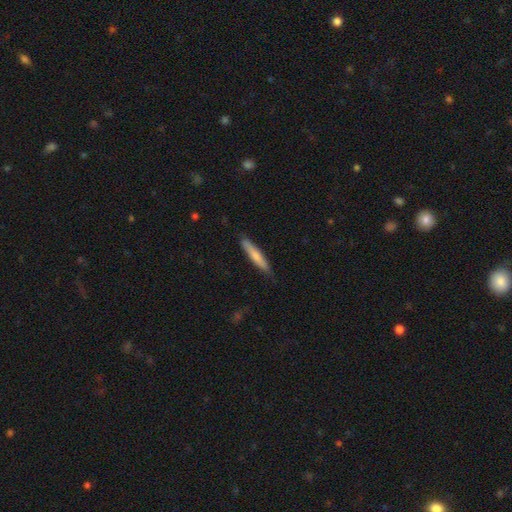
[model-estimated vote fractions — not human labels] Q: Smooth or featured?
A: smooth (69%); runner-up: featured or disk (26%)
Q: How rounded?
A: cigar-shaped (92%); runner-up: in between (7%)
Q: Merging?
A: none (84%); runner-up: minor disturbance (13%)